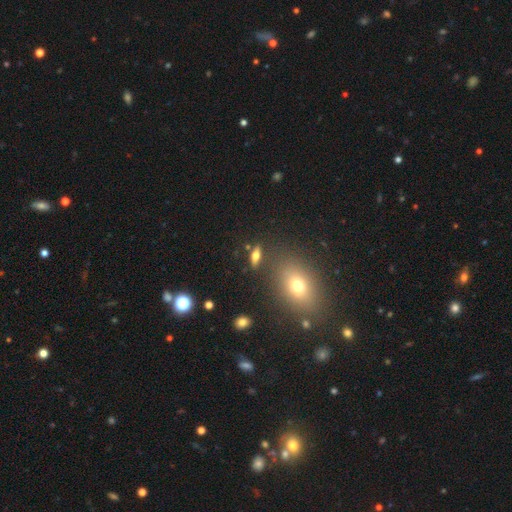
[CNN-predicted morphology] smooth 49%, featured or disk 37%, star or artifact 14%. Down the decision tree: merging — none (80%).